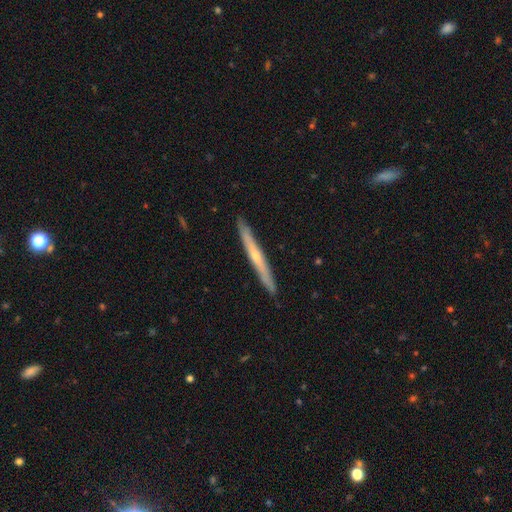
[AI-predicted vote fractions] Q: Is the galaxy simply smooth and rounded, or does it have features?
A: featured or disk — 64%.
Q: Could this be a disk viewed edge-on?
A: yes — 96%.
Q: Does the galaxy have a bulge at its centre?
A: rounded — 57%.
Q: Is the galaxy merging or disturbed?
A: none — 91%.